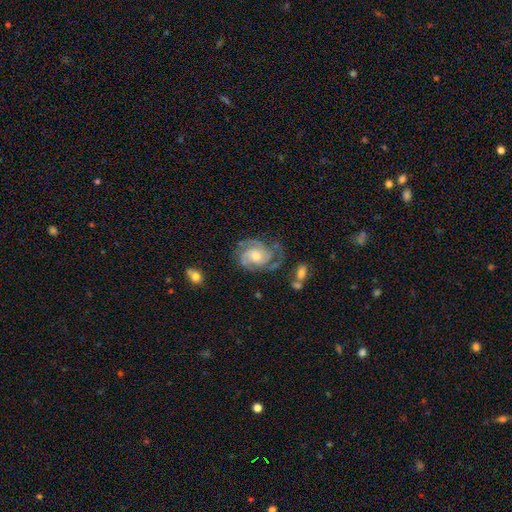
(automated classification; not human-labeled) smooth_or_featured: featured or disk (p=0.86) [alt: smooth p=0.08]
disk_edge_on: no (p=0.98) [alt: yes p=0.02]
bar: no (p=0.68) [alt: weak p=0.27]
has_spiral_arms: yes (p=0.97) [alt: no p=0.03]
spiral_winding: tight (p=0.59) [alt: medium p=0.35]
spiral_arm_count: 2 (p=0.40) [alt: 3 p=0.32]
bulge_size: moderate (p=0.56) [alt: small p=0.37]
merging: none (p=0.70) [alt: minor disturbance p=0.19]